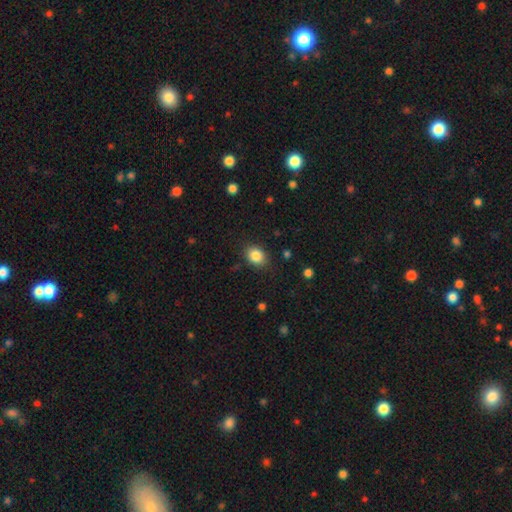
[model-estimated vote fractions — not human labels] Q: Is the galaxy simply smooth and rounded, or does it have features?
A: smooth — 85%.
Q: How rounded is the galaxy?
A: in between — 58%.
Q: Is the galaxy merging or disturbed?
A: none — 85%.